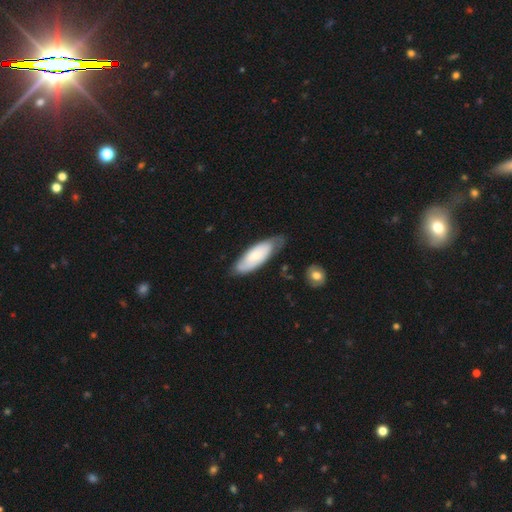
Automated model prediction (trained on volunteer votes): smooth_or_featured: smooth (p=0.57) [alt: featured or disk p=0.37]
how_rounded: in between (p=0.68) [alt: cigar-shaped p=0.30]
merging: none (p=0.61) [alt: minor disturbance p=0.28]